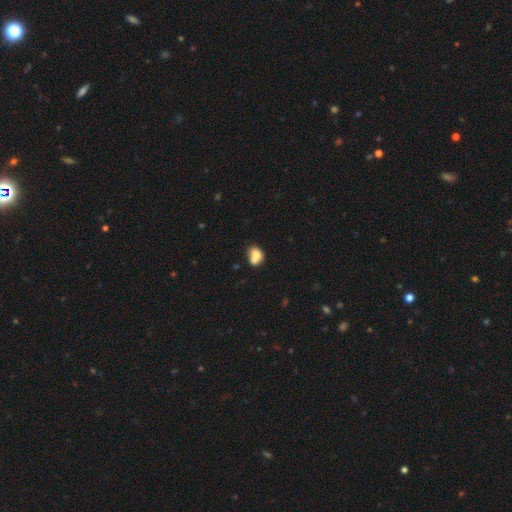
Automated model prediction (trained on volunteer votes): The model was most divided on "how rounded": round: 51%, in between: 48%, cigar-shaped: 1%. More confident: smooth or featured — smooth (73%); merging — merger (53%).